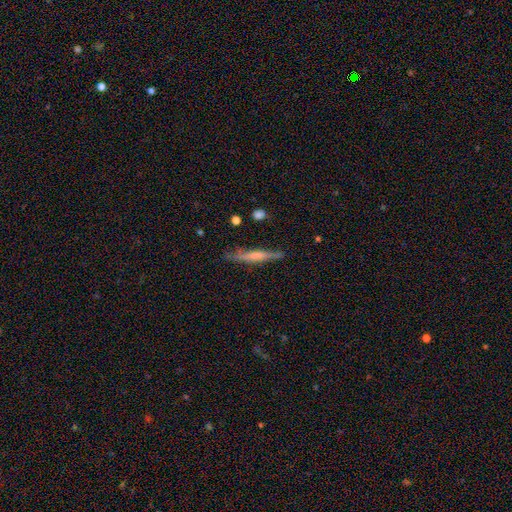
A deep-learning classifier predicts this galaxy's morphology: Overall: featured or disk (48%; smooth 45%). Merging: none (79%).